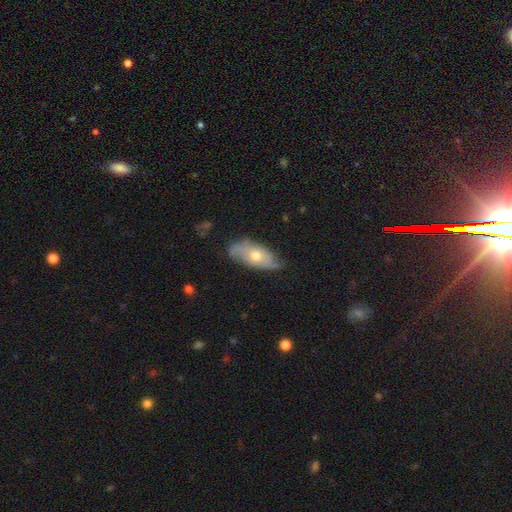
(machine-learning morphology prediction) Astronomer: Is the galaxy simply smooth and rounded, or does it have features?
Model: featured or disk — 53% (runner-up: smooth, 40%).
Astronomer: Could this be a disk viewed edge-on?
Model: no — 81%.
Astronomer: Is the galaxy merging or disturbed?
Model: none — 62%.